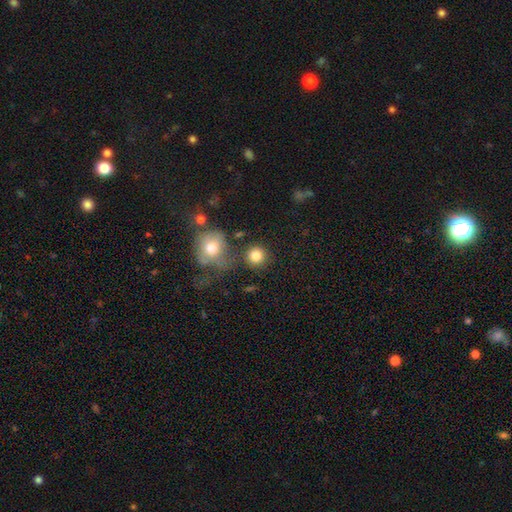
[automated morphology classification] A smooth galaxy with no disk features (82%) that is round (91%).

Vote fractions:
- Smooth or featured? smooth: 82% / star or artifact: 10% / featured or disk: 7%
- How rounded? round: 91% / in between: 8% / cigar-shaped: 1%
- Merging? none: 76% / merger: 10% / minor disturbance: 10% / major disturbance: 5%